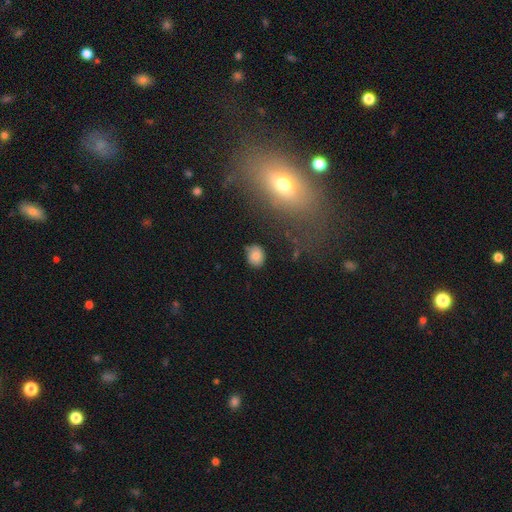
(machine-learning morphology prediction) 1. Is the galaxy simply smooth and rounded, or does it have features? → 79% smooth, 11% star or artifact, 9% featured or disk.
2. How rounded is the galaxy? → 57% round, 42% in between, 1% cigar-shaped.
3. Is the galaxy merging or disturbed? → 75% none, 18% minor disturbance, 4% major disturbance, 3% merger.